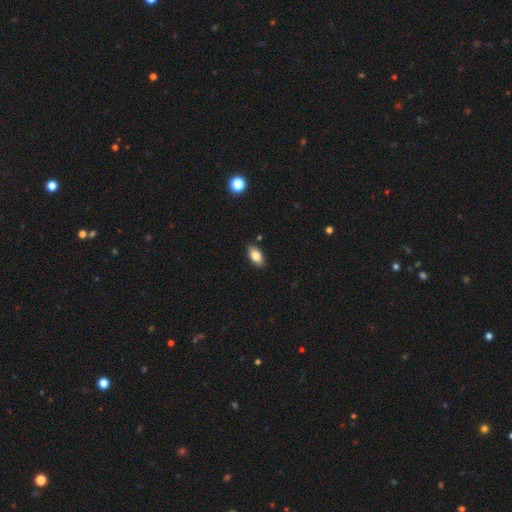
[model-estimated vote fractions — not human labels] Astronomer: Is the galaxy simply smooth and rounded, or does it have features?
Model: smooth — 80%.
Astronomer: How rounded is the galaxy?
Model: in between — 90%.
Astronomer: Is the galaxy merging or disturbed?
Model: none — 87%.